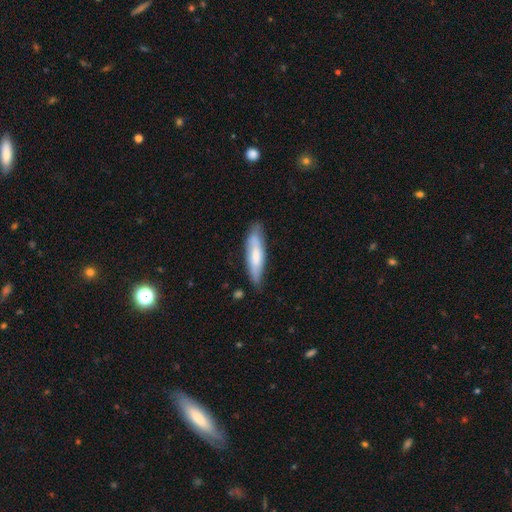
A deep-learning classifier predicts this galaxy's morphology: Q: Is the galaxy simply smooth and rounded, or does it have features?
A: smooth — 60%.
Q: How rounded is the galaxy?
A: cigar-shaped — 67%.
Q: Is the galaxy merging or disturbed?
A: none — 73%.